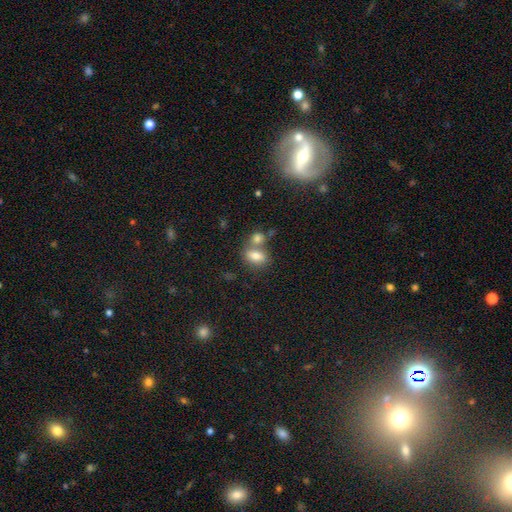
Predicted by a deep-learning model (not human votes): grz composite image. It shows a smooth galaxy with no disk features (77%) that is in between round and cigar-shaped (80%). Merging: merger (44%).